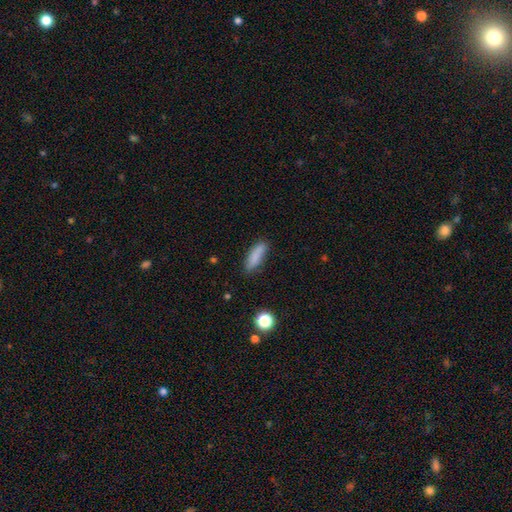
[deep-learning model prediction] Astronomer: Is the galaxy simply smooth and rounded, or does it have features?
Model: smooth — 84%.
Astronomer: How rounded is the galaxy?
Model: cigar-shaped — 49%, tied with in between at 49%.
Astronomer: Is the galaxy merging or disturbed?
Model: none — 78%.